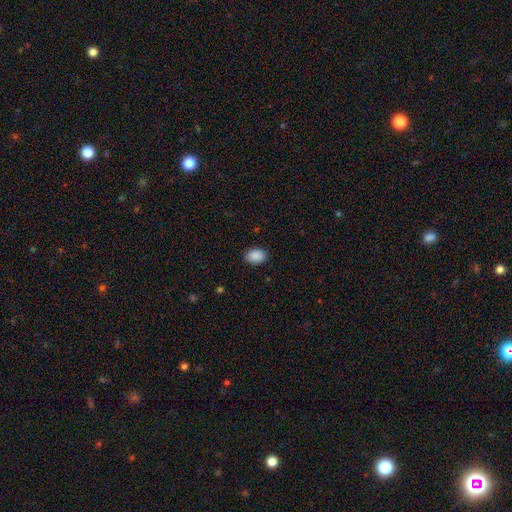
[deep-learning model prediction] smooth-or-featured: smooth: 90% | star or artifact: 7% | featured or disk: 3%
  how-rounded: in between: 75% | round: 24% | cigar-shaped: 1%
  merging: none: 86% | minor disturbance: 11% | major disturbance: 2% | merger: 1%